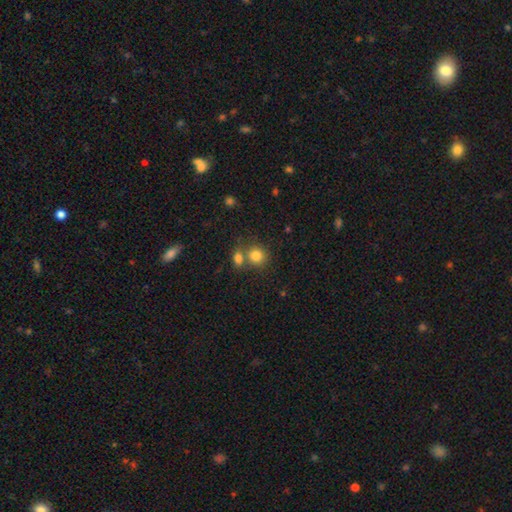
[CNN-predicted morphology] smooth_or_featured: smooth (p=0.82) [alt: star or artifact p=0.11]
how_rounded: round (p=0.81) [alt: in between p=0.18]
merging: none (p=0.52) [alt: merger p=0.36]